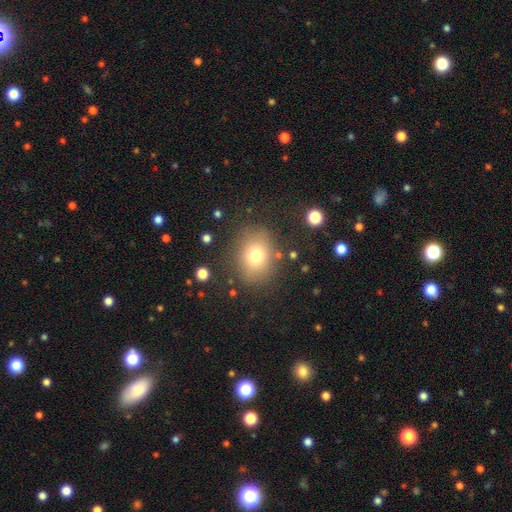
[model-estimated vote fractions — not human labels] Overall: smooth (74%). How rounded: round (52%; in between 47%). Merging: none (81%).